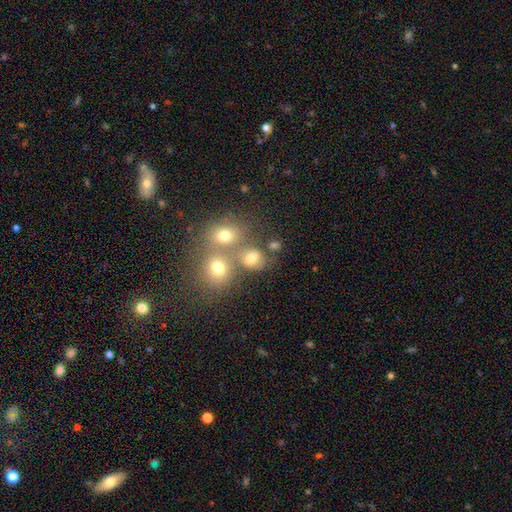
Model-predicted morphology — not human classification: type=smooth (61%); roundness=round (69%); merging=none (49%).